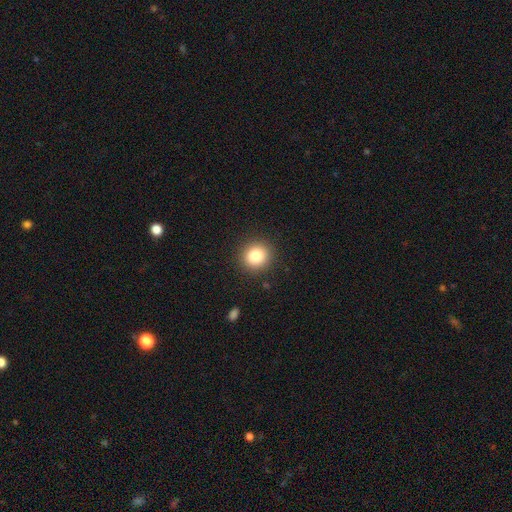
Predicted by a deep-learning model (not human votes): Smooth or featured: smooth — 84% (star or artifact — 10%)
How rounded: round — 88% (in between — 11%)
Merging: none — 90% (minor disturbance — 6%)